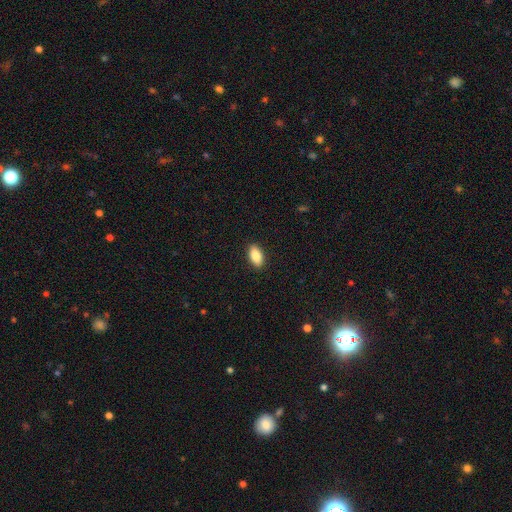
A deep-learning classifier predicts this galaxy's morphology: Q: Smooth or featured?
A: smooth (87%); runner-up: featured or disk (7%)
Q: How rounded?
A: in between (91%); runner-up: cigar-shaped (6%)
Q: Merging?
A: none (91%); runner-up: minor disturbance (7%)